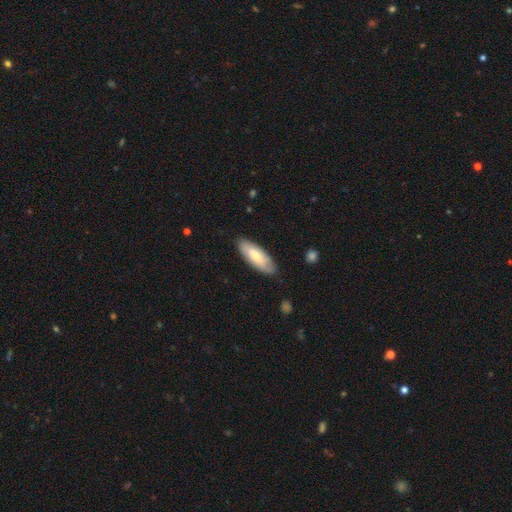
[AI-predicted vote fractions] Morphology: type=smooth (64%); roundness=in between (70%); merging=none (84%).